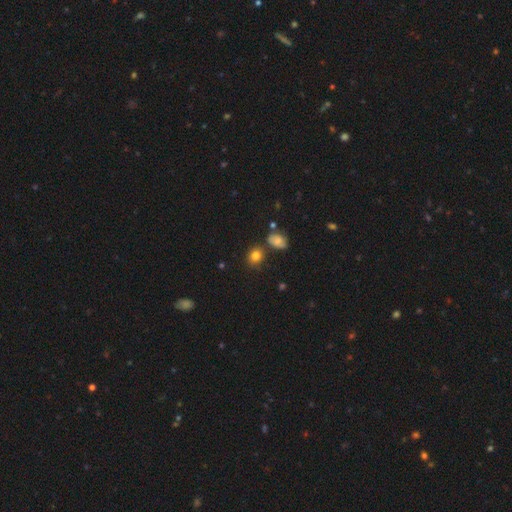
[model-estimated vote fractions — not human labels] smooth 81%, star or artifact 12%, featured or disk 8%. Down the decision tree: how rounded — round (65%); merging — none (73%).